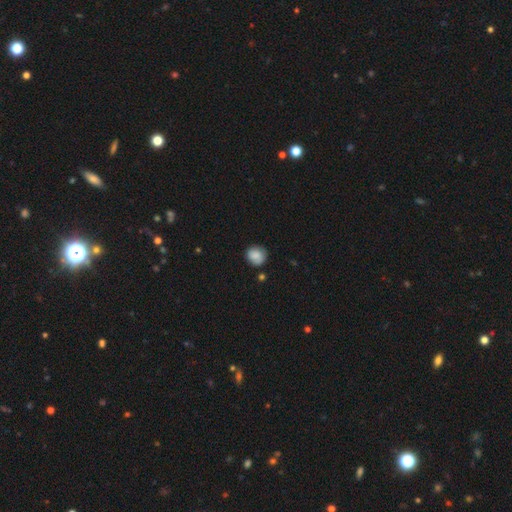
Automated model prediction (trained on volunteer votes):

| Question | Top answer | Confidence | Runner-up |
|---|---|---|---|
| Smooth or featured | smooth | 82% | featured or disk (10%) |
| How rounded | round | 85% | in between (14%) |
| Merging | none | 77% | minor disturbance (17%) |